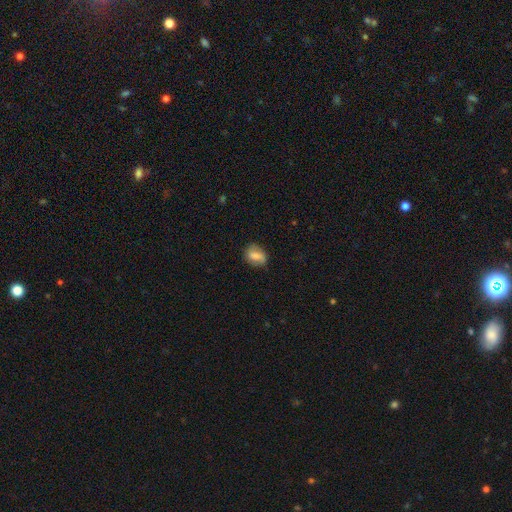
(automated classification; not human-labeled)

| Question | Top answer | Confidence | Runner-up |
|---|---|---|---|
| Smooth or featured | smooth | 74% | featured or disk (18%) |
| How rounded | in between | 63% | round (35%) |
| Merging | none | 72% | minor disturbance (21%) |